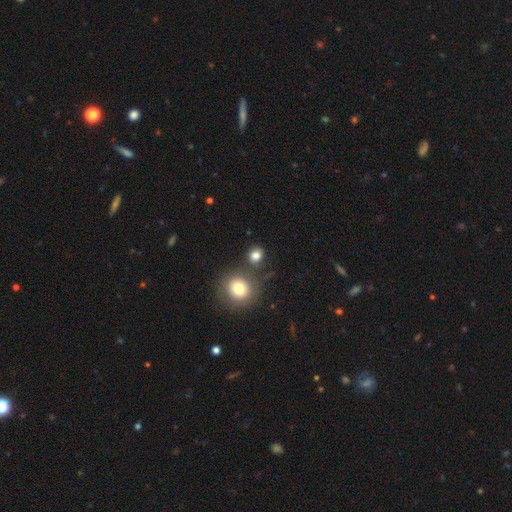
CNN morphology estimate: The model was most divided on "merging": none: 72%, merger: 13%, minor disturbance: 11%, major disturbance: 4%. More confident: how rounded — round (81%); smooth or featured — smooth (80%).